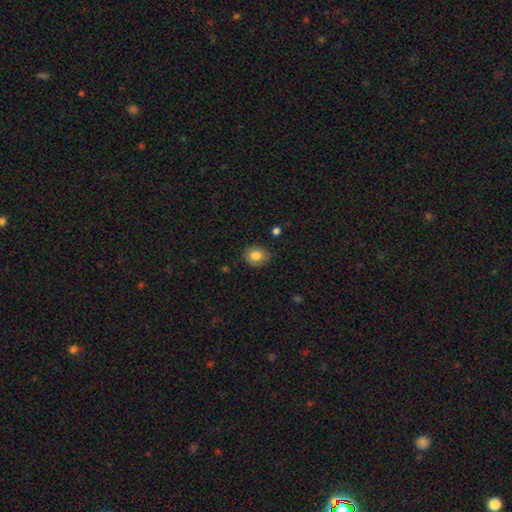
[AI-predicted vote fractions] Morphology: type=smooth (82%); roundness=round (66%); merging=none (77%).